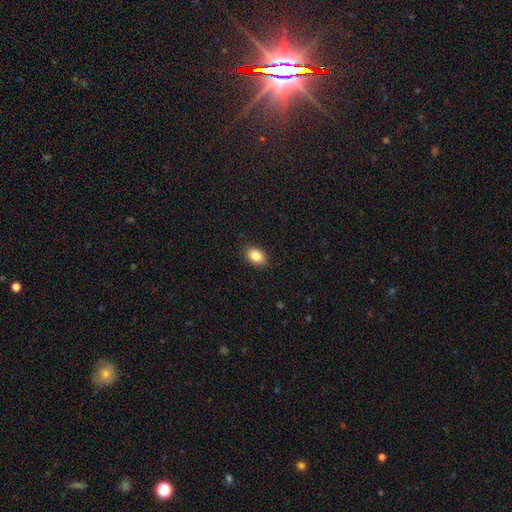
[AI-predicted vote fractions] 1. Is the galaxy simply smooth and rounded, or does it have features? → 85% smooth, 9% star or artifact, 6% featured or disk.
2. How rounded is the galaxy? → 77% in between, 22% round, 1% cigar-shaped.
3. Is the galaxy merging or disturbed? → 89% none, 8% minor disturbance, 2% major disturbance, 1% merger.